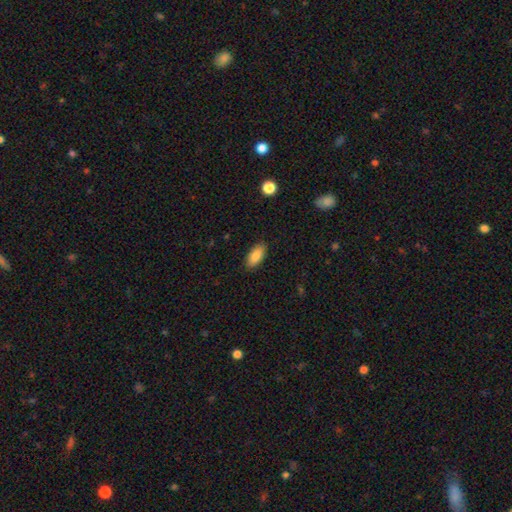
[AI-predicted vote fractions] A smooth galaxy with no disk features (85%) that is in between round and cigar-shaped (89%).

Vote fractions:
- Smooth or featured? smooth: 85% / featured or disk: 8% / star or artifact: 7%
- How rounded? in between: 89% / cigar-shaped: 9% / round: 2%
- Merging? none: 88% / minor disturbance: 9% / major disturbance: 2% / merger: 1%